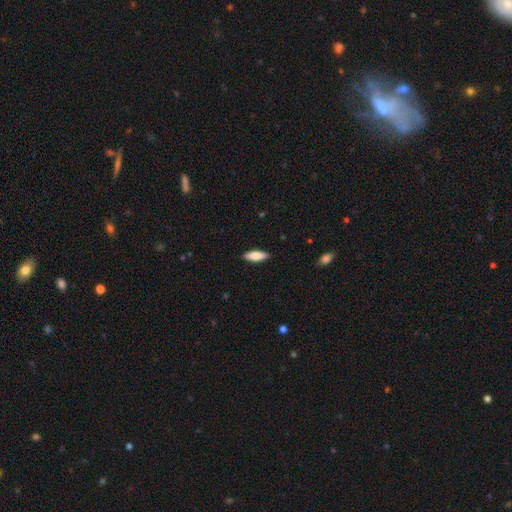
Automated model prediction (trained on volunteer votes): This is likely a smooth galaxy (76%). How rounded: possibly in between (57%). Merging: clearly none (89%).